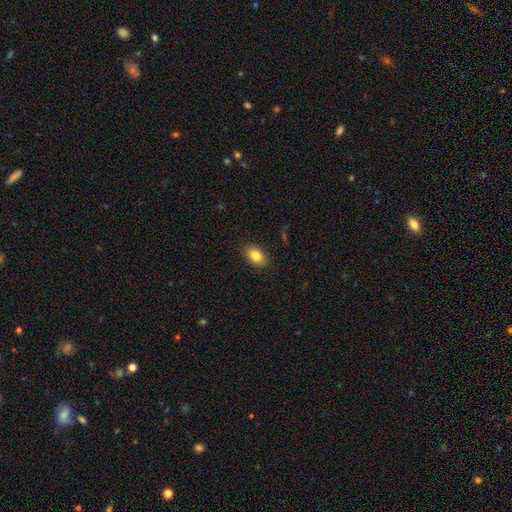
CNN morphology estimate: This is clearly a smooth galaxy (83%). How rounded: clearly in between (88%). Merging: clearly none (89%).